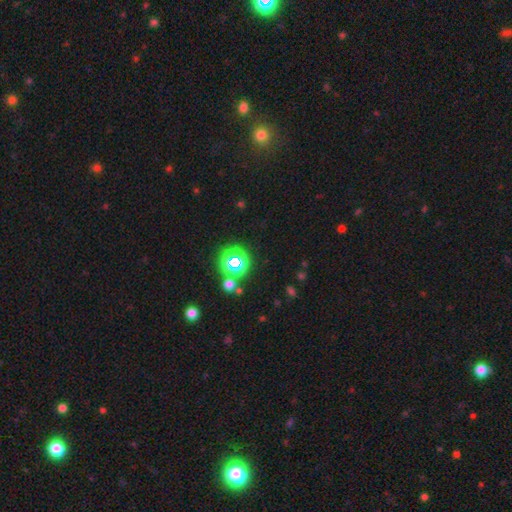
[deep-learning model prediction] smooth-or-featured: star or artifact: 55% | smooth: 37% | featured or disk: 8%